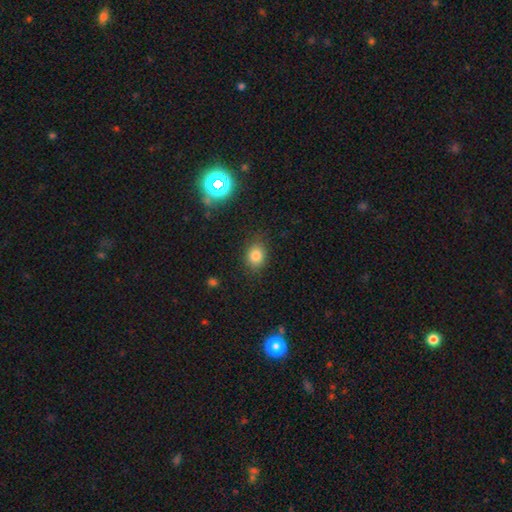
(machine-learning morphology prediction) Q: Smooth or featured?
A: smooth (81%); runner-up: star or artifact (13%)
Q: How rounded?
A: round (51%); runner-up: in between (48%)
Q: Merging?
A: none (84%); runner-up: minor disturbance (12%)